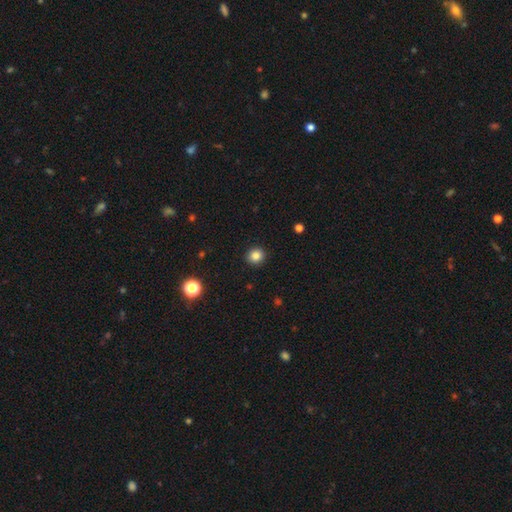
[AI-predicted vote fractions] smooth-or-featured: smooth: 85% | star or artifact: 11% | featured or disk: 4%
  how-rounded: round: 89% | in between: 11% | cigar-shaped: 1%
  merging: none: 92% | minor disturbance: 5% | major disturbance: 2% | merger: 1%